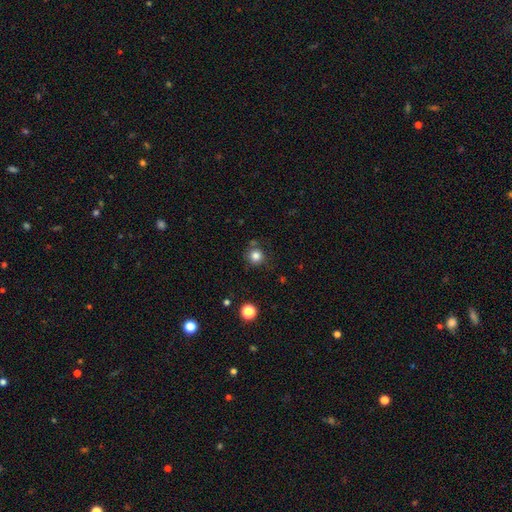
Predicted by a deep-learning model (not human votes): Morphology: type=smooth (82%); roundness=round (93%); merging=none (79%).